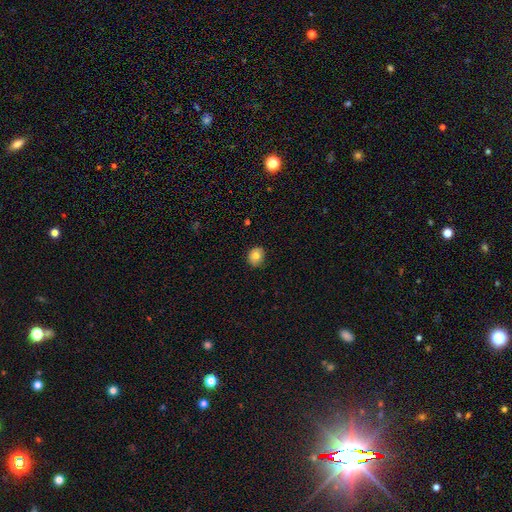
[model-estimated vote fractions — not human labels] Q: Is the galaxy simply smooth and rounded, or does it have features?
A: smooth — 79%.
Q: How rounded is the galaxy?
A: round — 69%.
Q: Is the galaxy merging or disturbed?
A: none — 84%.